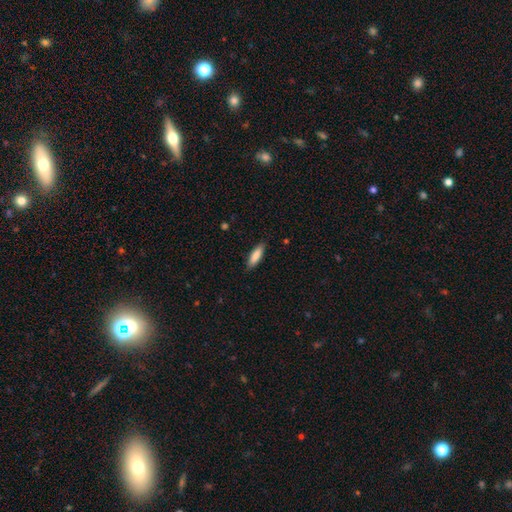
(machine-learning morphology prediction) This is clearly a smooth galaxy (85%). How rounded: possibly cigar-shaped (55%). Merging: clearly none (86%).